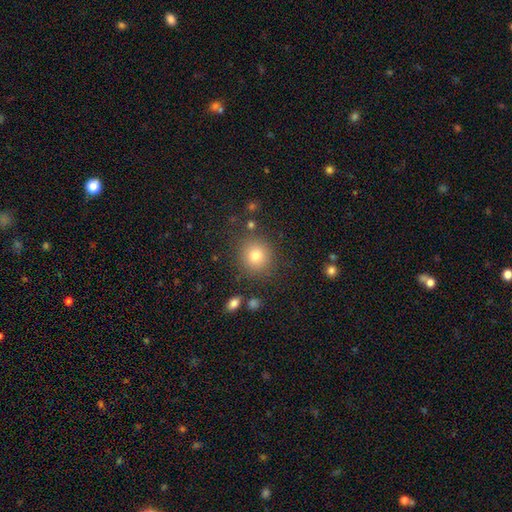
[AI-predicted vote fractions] smooth-or-featured: smooth: 79% | star or artifact: 13% | featured or disk: 9%
  how-rounded: round: 90% | in between: 9% | cigar-shaped: 1%
  merging: none: 85% | minor disturbance: 8% | major disturbance: 3% | merger: 3%